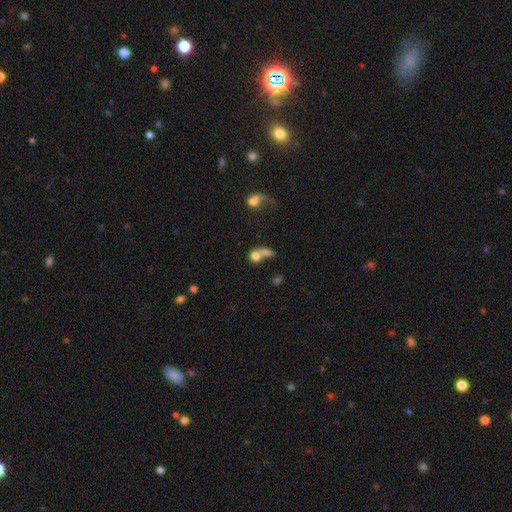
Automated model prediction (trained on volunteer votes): Smooth or featured? smooth (74%)
How rounded? round (66%)
Merging? merger (55%)